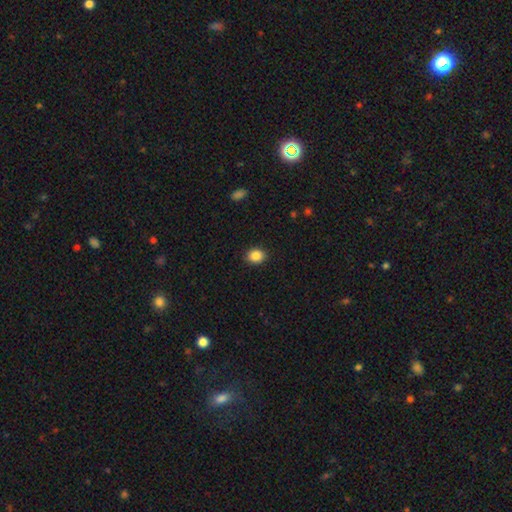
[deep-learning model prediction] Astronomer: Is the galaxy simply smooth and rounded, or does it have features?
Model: smooth — 87%.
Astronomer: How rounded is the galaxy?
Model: round — 52% (runner-up: in between, 47%).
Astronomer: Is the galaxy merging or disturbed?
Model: none — 90%.